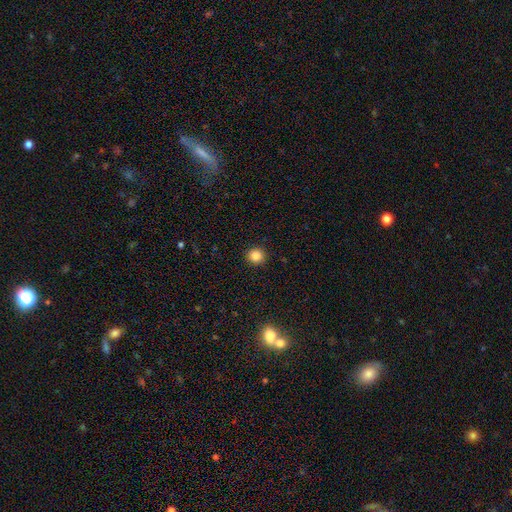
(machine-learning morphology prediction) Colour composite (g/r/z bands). It shows a smooth galaxy with no disk features (84%) that is round (94%). Merging: none (93%).